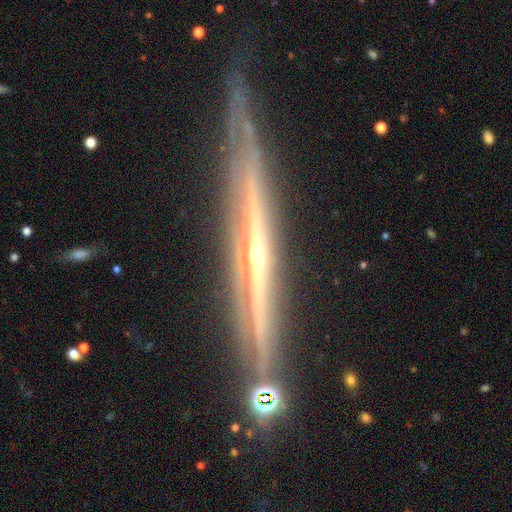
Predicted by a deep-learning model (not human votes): A featured or disk galaxy (84%) viewed edge-on (96%) with a rounded central bulge (52%).

Vote fractions:
- Smooth or featured? featured or disk: 84% / smooth: 8% / star or artifact: 7%
- Edge-on disk? yes: 96% / no: 4%
- Edge-on bulge? rounded: 52% / none: 43% / boxy: 5%
- Merging? none: 78% / minor disturbance: 14% / merger: 5% / major disturbance: 3%